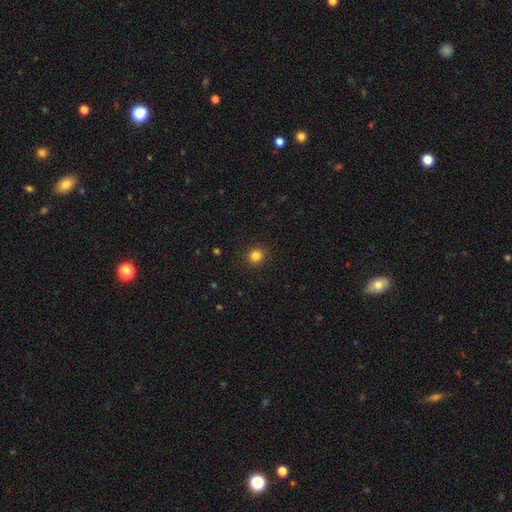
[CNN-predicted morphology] Overall: smooth (83%). How rounded: round (91%). Merging: none (91%).